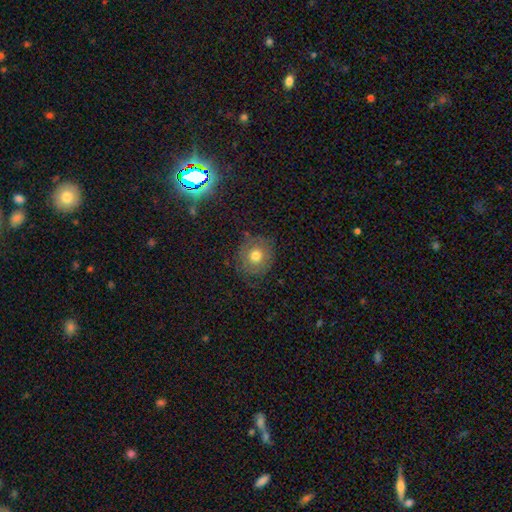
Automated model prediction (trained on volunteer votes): smooth 69%, featured or disk 19%, star or artifact 13%. Down the decision tree: how rounded — round (88%); merging — none (78%).